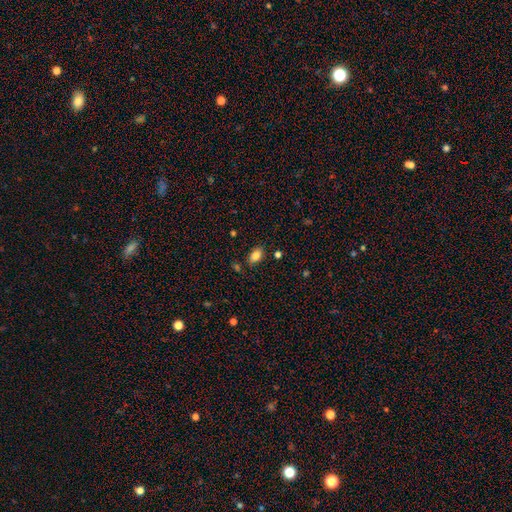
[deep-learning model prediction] Smooth or featured: smooth — 84% (star or artifact — 9%)
How rounded: in between — 89% (round — 9%)
Merging: none — 81% (minor disturbance — 12%)